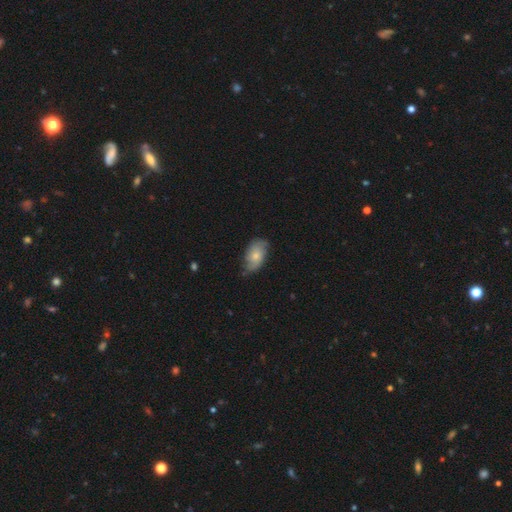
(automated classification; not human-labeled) Smooth or featured: smooth — 53% (featured or disk — 40%)
How rounded: in between — 90% (round — 8%)
Merging: none — 63% (minor disturbance — 29%)